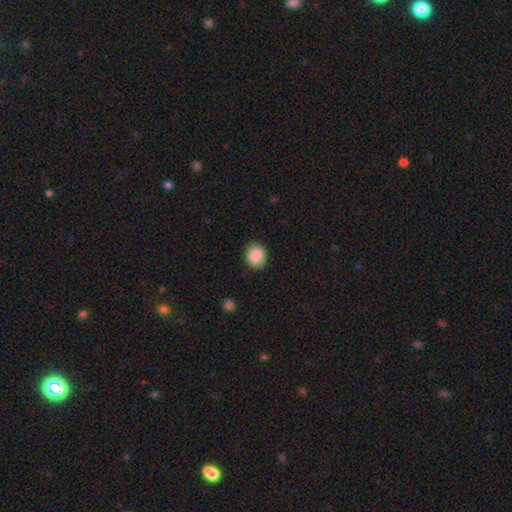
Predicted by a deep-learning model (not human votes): A smooth galaxy with no disk features (90%) that is round (64%).

Vote fractions:
- Smooth or featured? smooth: 90% / star or artifact: 7% / featured or disk: 3%
- How rounded? round: 64% / in between: 35% / cigar-shaped: 1%
- Merging? none: 87% / minor disturbance: 9% / major disturbance: 2% / merger: 1%